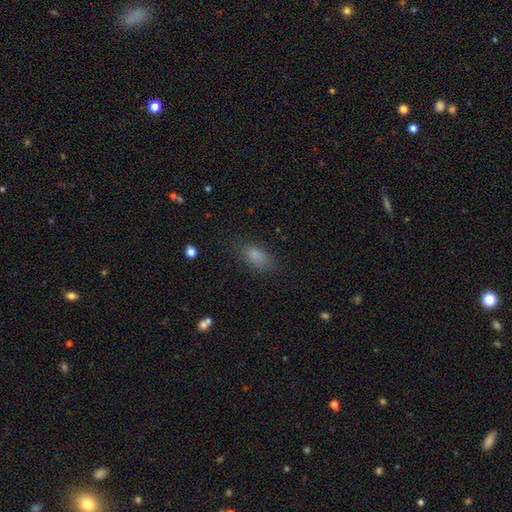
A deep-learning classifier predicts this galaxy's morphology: Smooth or featured: smooth — 82% (star or artifact — 11%)
How rounded: in between — 87% (cigar-shaped — 7%)
Merging: none — 76% (minor disturbance — 16%)